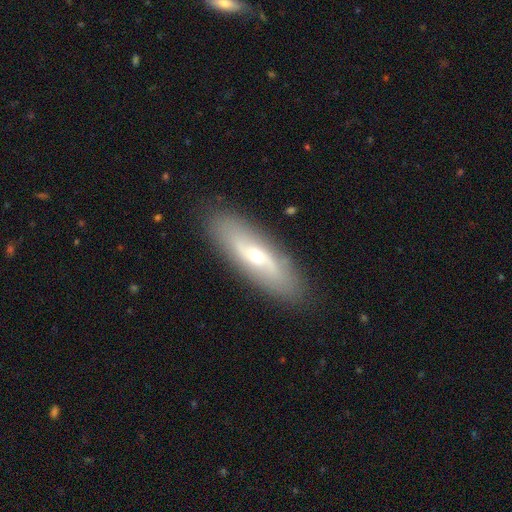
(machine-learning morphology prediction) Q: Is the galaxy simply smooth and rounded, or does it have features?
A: featured or disk — 57%.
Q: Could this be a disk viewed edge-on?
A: no — 66%.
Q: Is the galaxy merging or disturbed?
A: none — 88%.